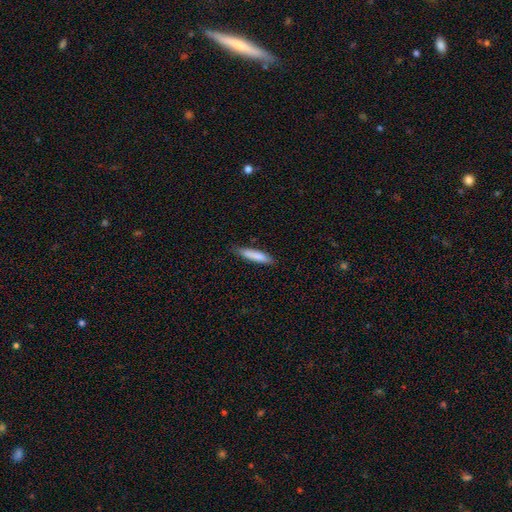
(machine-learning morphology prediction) This is clearly a smooth galaxy (81%). How rounded: clearly cigar-shaped (86%). Merging: clearly none (82%).